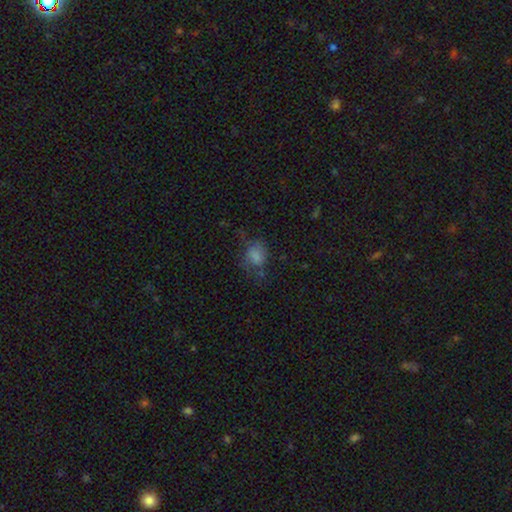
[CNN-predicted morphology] Smooth or featured: smooth — 68% (featured or disk — 18%)
How rounded: in between — 55% (round — 44%)
Merging: none — 42% (major disturbance — 29%)